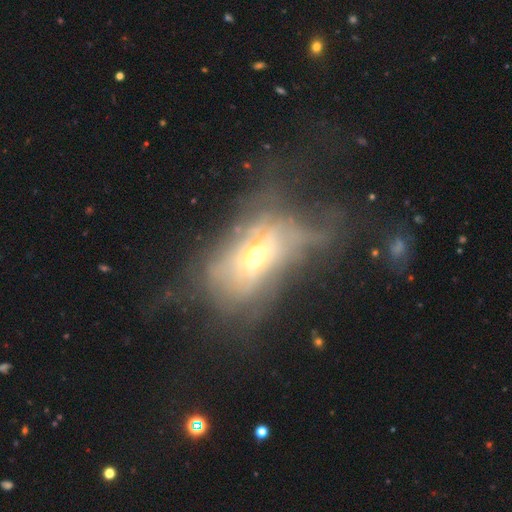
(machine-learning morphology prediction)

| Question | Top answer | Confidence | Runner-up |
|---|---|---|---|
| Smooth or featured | featured or disk | 57% | smooth (30%) |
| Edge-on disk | no | 86% | yes (14%) |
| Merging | major disturbance | 54% | none (22%) |